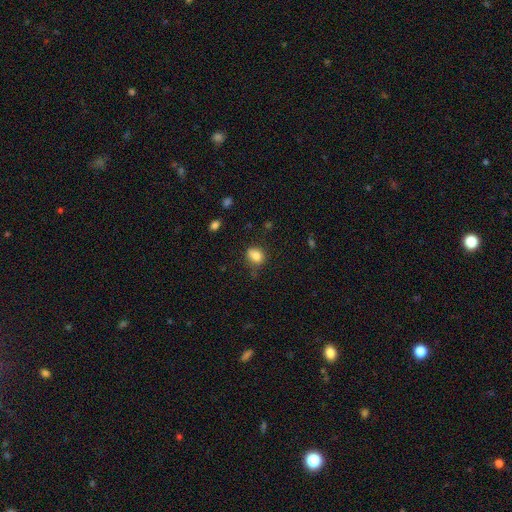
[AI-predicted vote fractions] Smooth or featured? smooth (82%)
How rounded? round (55%)
Merging? none (59%)